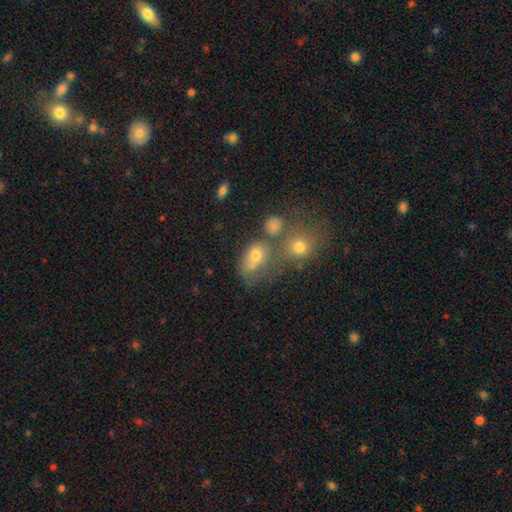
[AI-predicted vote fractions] Morphology: type=smooth (66%); roundness=in between (57%); merging=merger (44%).